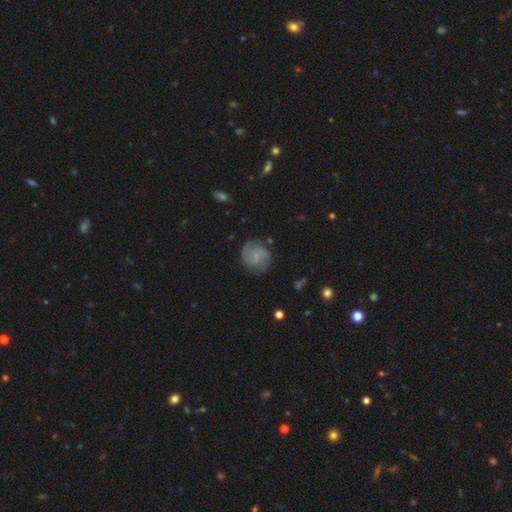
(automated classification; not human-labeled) This appears to be a featured or disk galaxy (75%) with no bar (52%), 2 (85%) medium (49%) spiral arms (95%) and a small central bulge (50%). Merging: none (80%).